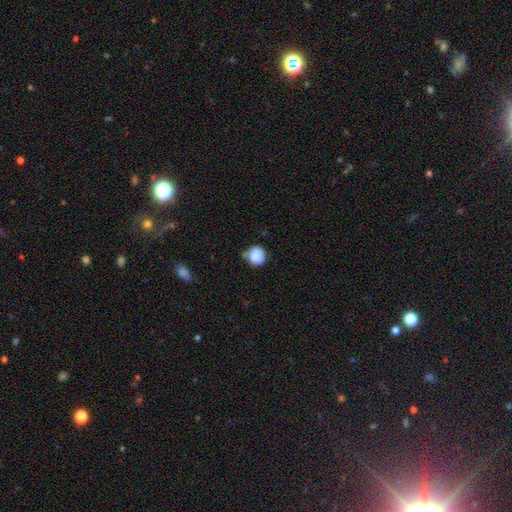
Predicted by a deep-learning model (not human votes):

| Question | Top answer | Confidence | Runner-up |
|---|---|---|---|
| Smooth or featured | smooth | 80% | featured or disk (12%) |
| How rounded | round | 84% | in between (15%) |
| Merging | none | 55% | minor disturbance (31%) |